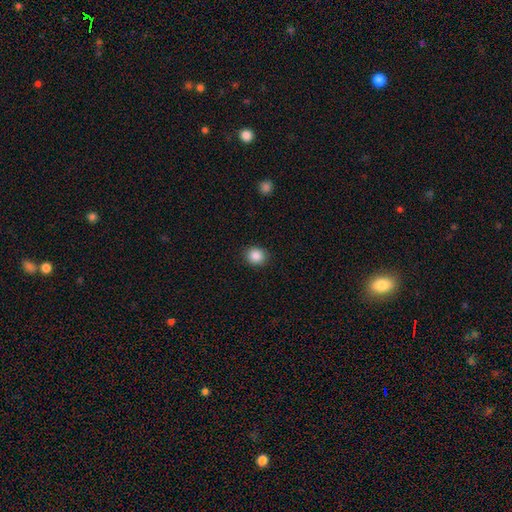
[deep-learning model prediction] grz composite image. It shows a smooth galaxy with no disk features (87%) that is round (82%). Merging: none (90%).